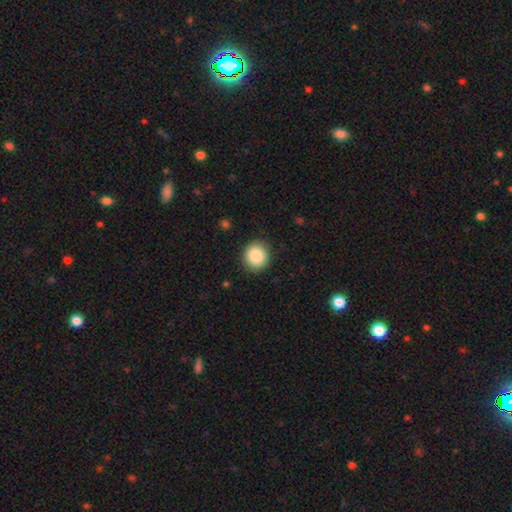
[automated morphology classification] smooth 87%, star or artifact 8%, featured or disk 5%. Down the decision tree: how rounded — round (86%); merging — none (90%).